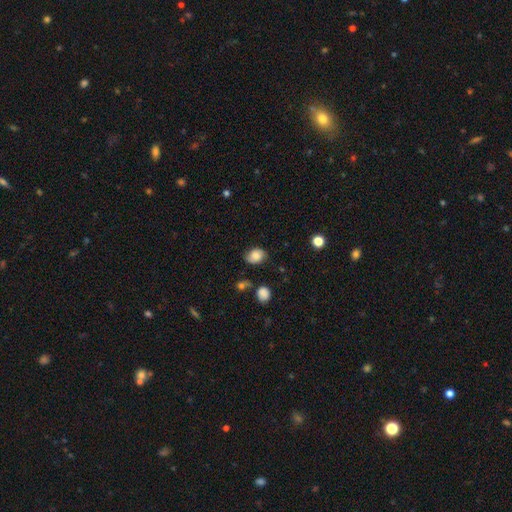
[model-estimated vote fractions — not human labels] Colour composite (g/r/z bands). It shows a smooth galaxy with no disk features (79%) that is in between round and cigar-shaped (63%). Merging: none (69%).